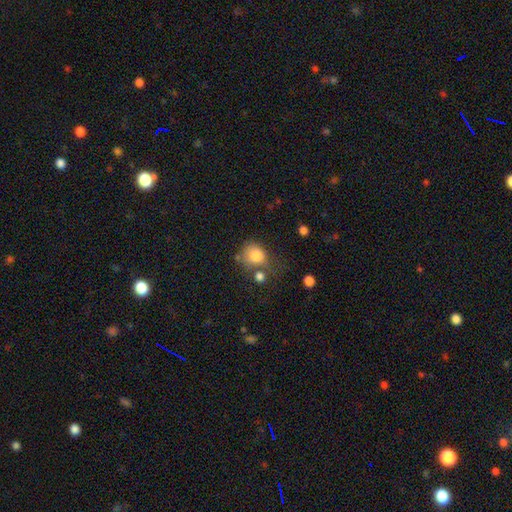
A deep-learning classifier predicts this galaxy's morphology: Smooth or featured? smooth (80%)
How rounded? round (74%)
Merging? none (48%)